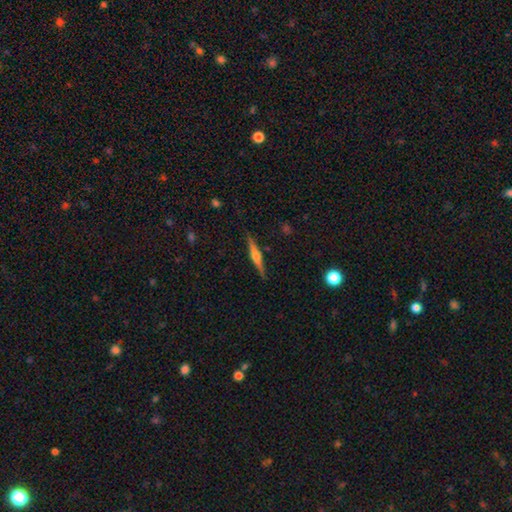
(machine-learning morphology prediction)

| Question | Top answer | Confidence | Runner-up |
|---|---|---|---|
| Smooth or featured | featured or disk | 70% | smooth (24%) |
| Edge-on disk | yes | 98% | no (2%) |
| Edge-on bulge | rounded | 86% | boxy (9%) |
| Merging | none | 88% | minor disturbance (9%) |